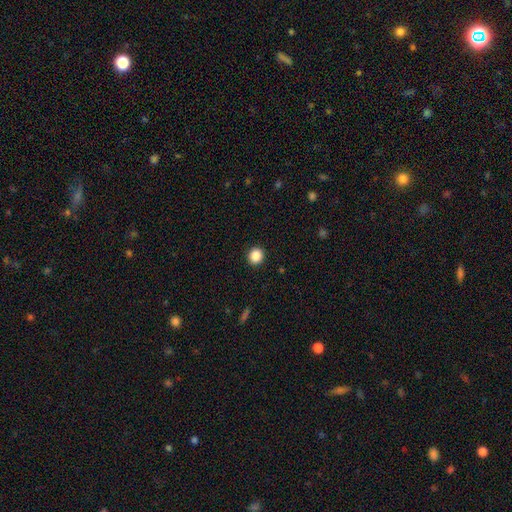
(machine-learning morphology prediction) A smooth galaxy with no disk features (86%) that is round (86%). Merging: none (93%).